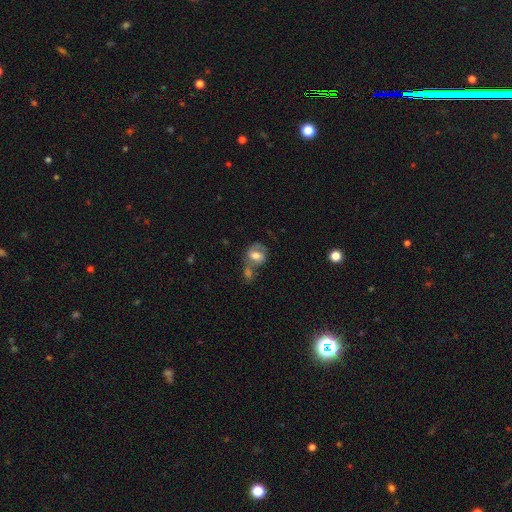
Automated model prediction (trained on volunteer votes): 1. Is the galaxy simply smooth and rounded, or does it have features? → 53% smooth, 38% featured or disk, 9% star or artifact.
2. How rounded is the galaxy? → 57% in between, 41% round, 2% cigar-shaped.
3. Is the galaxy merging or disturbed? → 41% merger, 32% none, 15% minor disturbance, 11% major disturbance.